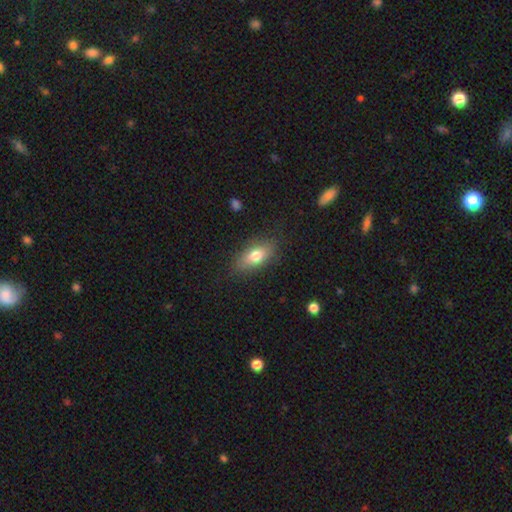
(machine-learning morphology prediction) A smooth galaxy with no disk features (73%) that is in between round and cigar-shaped (82%).

Vote fractions:
- Smooth or featured? smooth: 73% / featured or disk: 18% / star or artifact: 8%
- How rounded? in between: 82% / cigar-shaped: 10% / round: 8%
- Merging? none: 82% / minor disturbance: 13% / major disturbance: 4% / merger: 1%